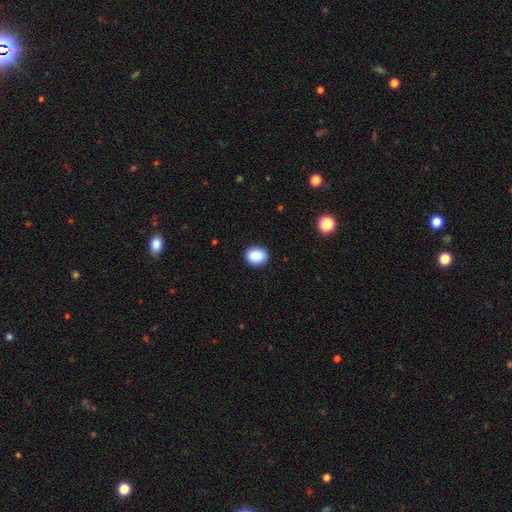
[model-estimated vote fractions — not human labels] Overall: smooth (88%). How rounded: round (55%; in between 44%). Merging: none (89%).